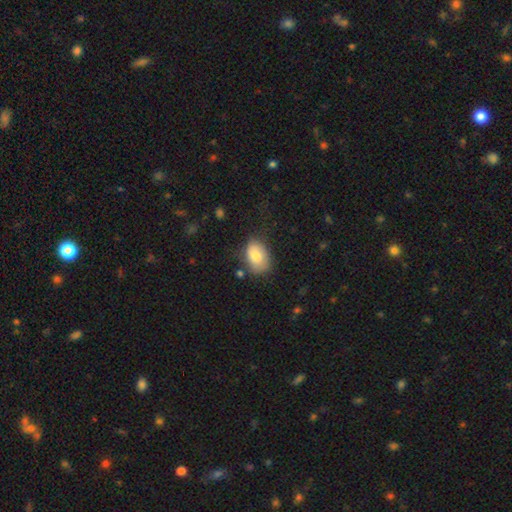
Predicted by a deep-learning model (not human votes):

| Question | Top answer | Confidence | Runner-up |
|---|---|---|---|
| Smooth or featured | smooth | 80% | featured or disk (13%) |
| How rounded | in between | 86% | round (13%) |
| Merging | none | 60% | minor disturbance (28%) |